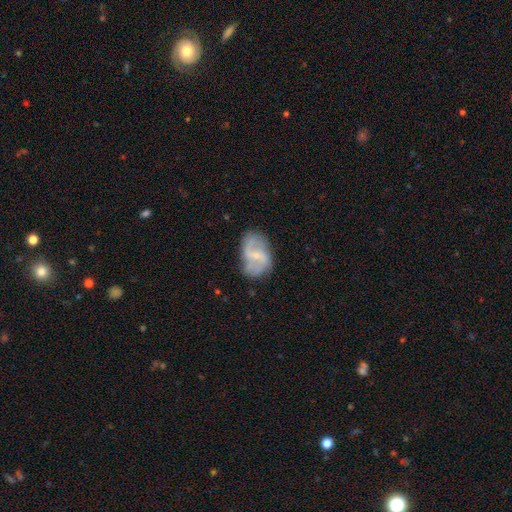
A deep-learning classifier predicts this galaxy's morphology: Smooth or featured? featured or disk (74%)
Edge-on disk? no (97%)
Bar? weak (53%)
Spiral arms? yes (86%)
Spiral winding? loose (50%)
Spiral arm count? 2 (77%)
Bulge size? small (68%)
Merging? none (63%)